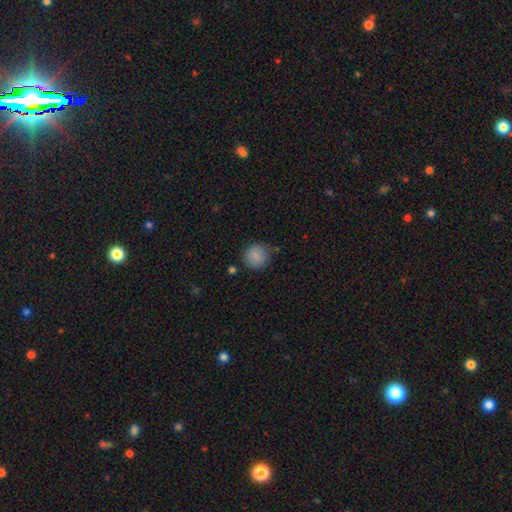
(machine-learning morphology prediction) smooth-or-featured: smooth: 87% | star or artifact: 9% | featured or disk: 4%
  how-rounded: round: 89% | in between: 10% | cigar-shaped: 1%
  merging: none: 79% | minor disturbance: 15% | major disturbance: 4% | merger: 3%